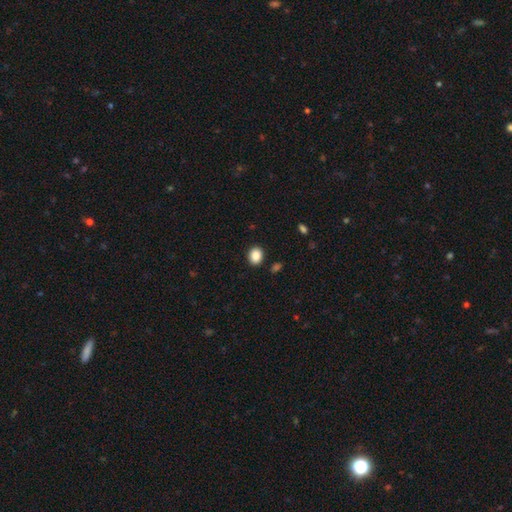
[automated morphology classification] Overall: smooth (88%). How rounded: in between (52%; round 48%). Merging: none (89%).